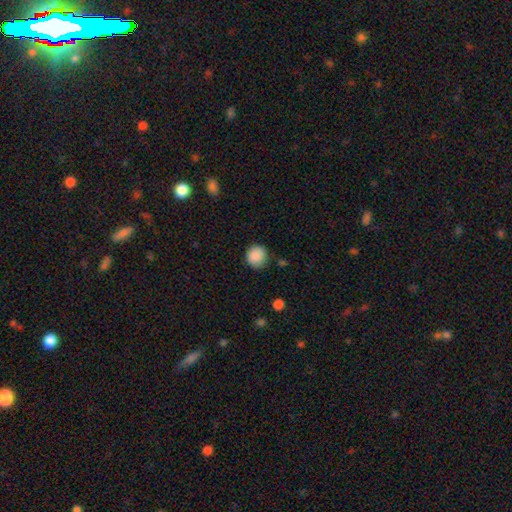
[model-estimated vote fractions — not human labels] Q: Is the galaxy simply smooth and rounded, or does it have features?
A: smooth — 88%.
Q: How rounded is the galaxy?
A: round — 90%.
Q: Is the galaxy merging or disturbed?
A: none — 84%.